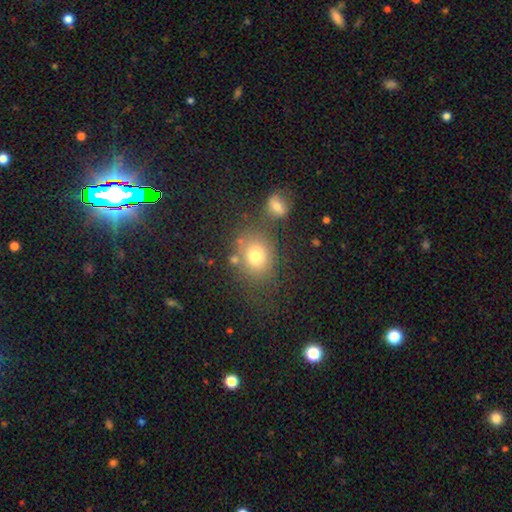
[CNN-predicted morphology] Smooth or featured? Predicted: smooth (p=0.73). How rounded? Predicted: round (p=0.63). Merging? Predicted: none (p=0.67).